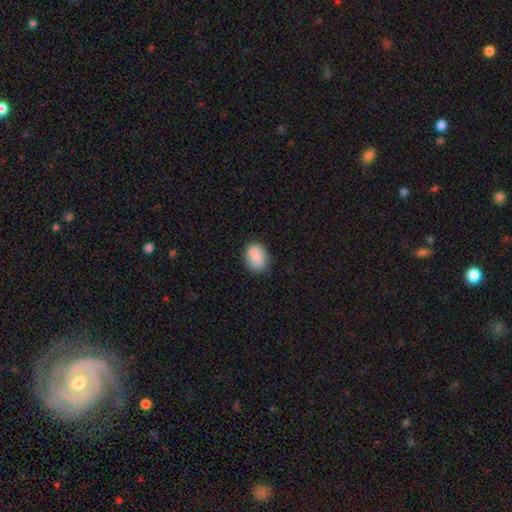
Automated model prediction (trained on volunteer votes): Smooth or featured? Predicted: smooth (p=0.87). How rounded? Predicted: in between (p=0.75). Merging? Predicted: none (p=0.79).